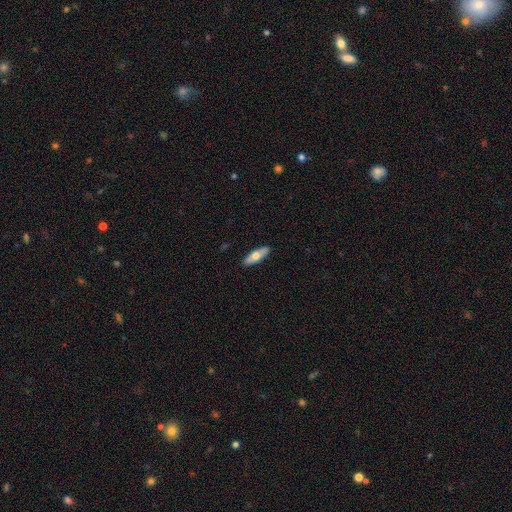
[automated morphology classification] Smooth or featured? Predicted: smooth (p=0.64). How rounded? Predicted: in between (p=0.61). Merging? Predicted: none (p=0.89).